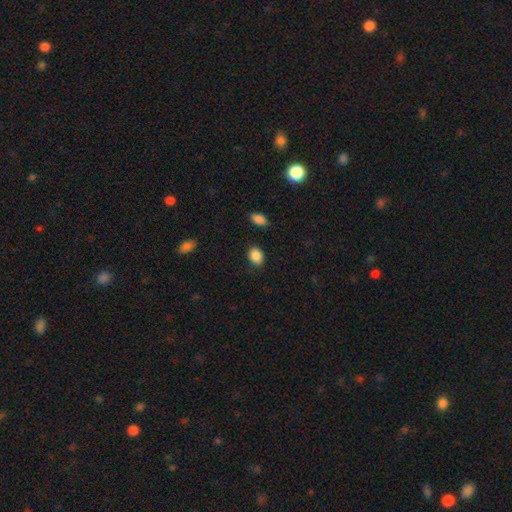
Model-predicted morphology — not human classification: Q: Smooth or featured?
A: smooth (88%); runner-up: star or artifact (8%)
Q: How rounded?
A: in between (67%); runner-up: round (32%)
Q: Merging?
A: none (84%); runner-up: minor disturbance (11%)